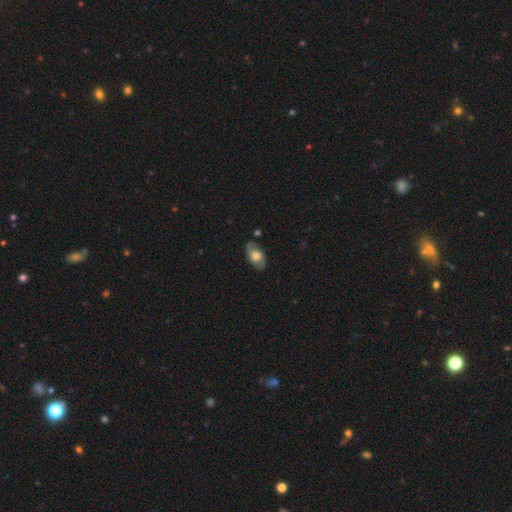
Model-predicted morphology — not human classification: A featured or disk galaxy (52%).

Vote fractions:
- Smooth or featured? featured or disk: 52% / smooth: 40% / star or artifact: 7%
- Edge-on disk? no: 90% / yes: 10%
- Merging? none: 77% / minor disturbance: 17% / major disturbance: 4% / merger: 2%